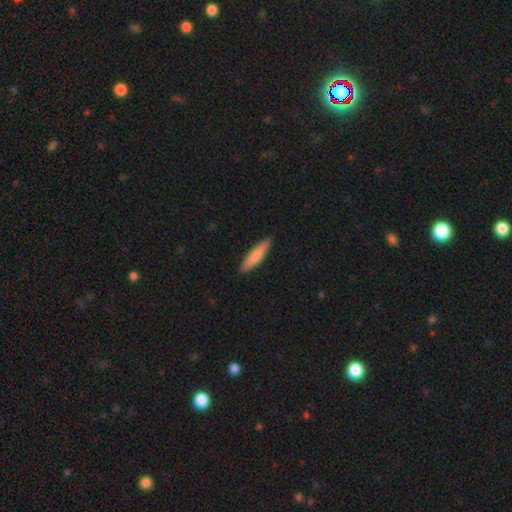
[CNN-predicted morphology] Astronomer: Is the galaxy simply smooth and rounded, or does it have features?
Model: smooth — 77%.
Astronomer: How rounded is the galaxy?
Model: cigar-shaped — 82%.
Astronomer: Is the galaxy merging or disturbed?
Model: none — 89%.